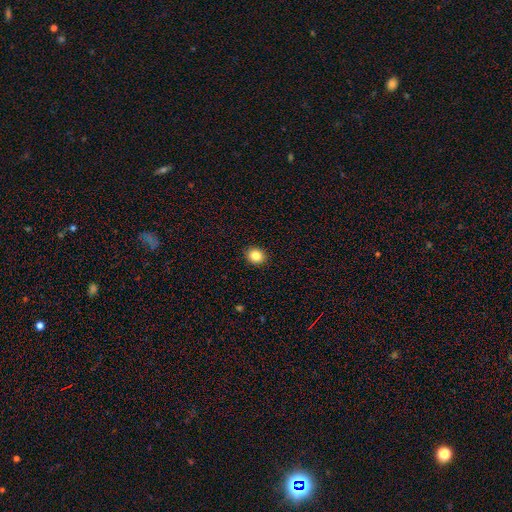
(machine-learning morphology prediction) This is clearly a smooth galaxy (85%). How rounded: likely round (65%). Merging: clearly none (91%).